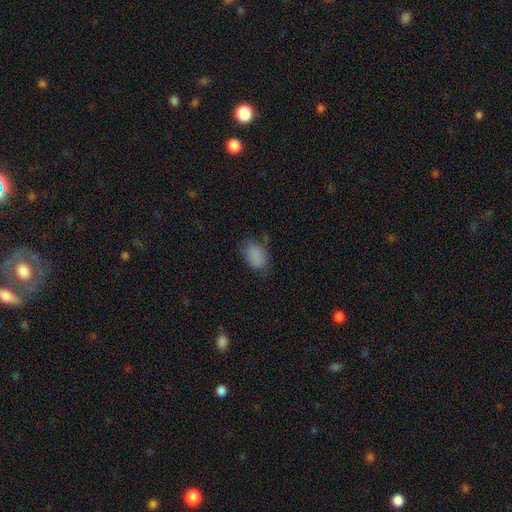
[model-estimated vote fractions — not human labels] Smooth or featured: smooth — 84% (star or artifact — 9%)
How rounded: in between — 80% (round — 18%)
Merging: none — 65% (minor disturbance — 25%)